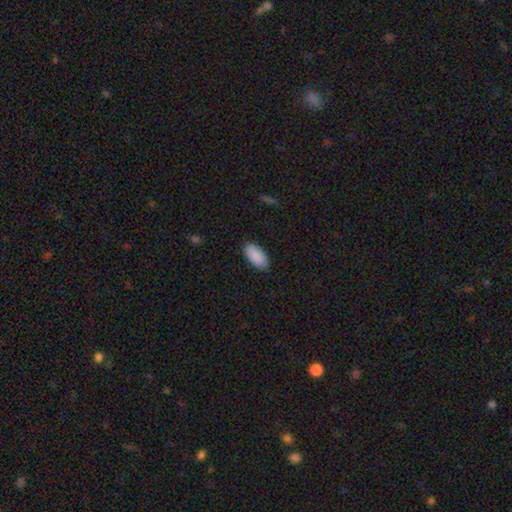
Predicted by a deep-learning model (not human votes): This is clearly a smooth galaxy (91%). How rounded: clearly in between (94%). Merging: clearly none (87%).